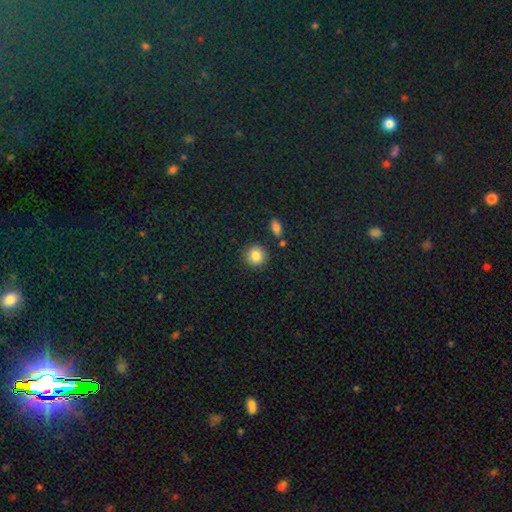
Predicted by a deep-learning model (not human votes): A smooth galaxy with no disk features (85%) that is round (91%).

Vote fractions:
- Smooth or featured? smooth: 85% / star or artifact: 9% / featured or disk: 6%
- How rounded? round: 91% / in between: 8% / cigar-shaped: 1%
- Merging? none: 86% / minor disturbance: 8% / merger: 4% / major disturbance: 2%